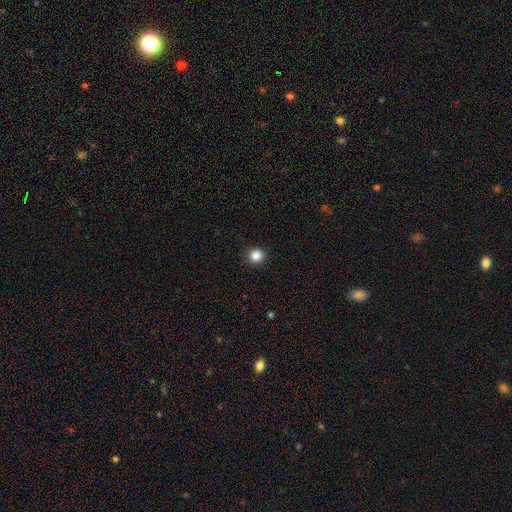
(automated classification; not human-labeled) The model was most divided on "smooth or featured": smooth: 86%, star or artifact: 11%, featured or disk: 3%. More confident: how rounded — round (93%); merging — none (91%).